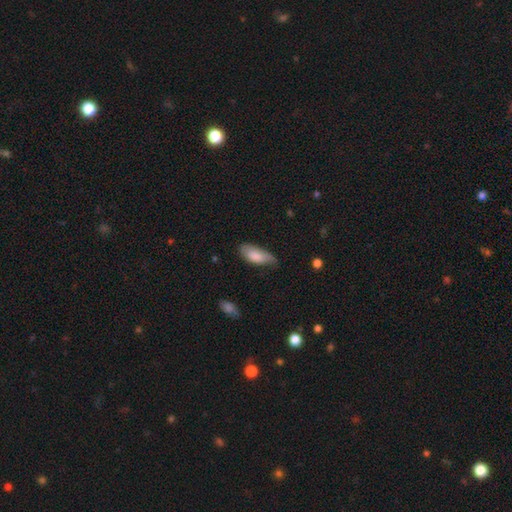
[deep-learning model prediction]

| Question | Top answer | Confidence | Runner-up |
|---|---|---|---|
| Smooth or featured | smooth | 81% | featured or disk (13%) |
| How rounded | in between | 84% | cigar-shaped (14%) |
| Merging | none | 48% | minor disturbance (41%) |